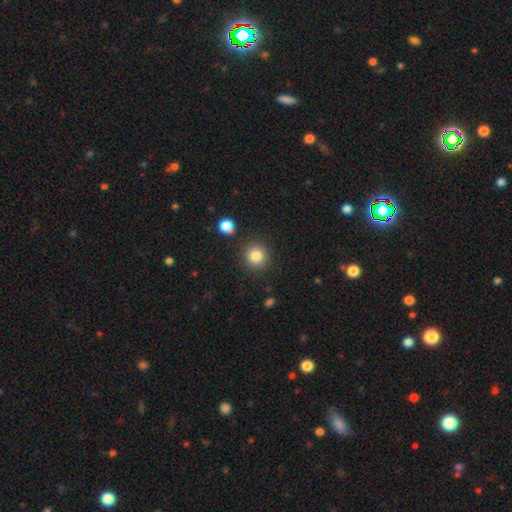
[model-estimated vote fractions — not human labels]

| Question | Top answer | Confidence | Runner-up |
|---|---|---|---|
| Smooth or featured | smooth | 84% | star or artifact (11%) |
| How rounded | round | 90% | in between (9%) |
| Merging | none | 87% | minor disturbance (7%) |